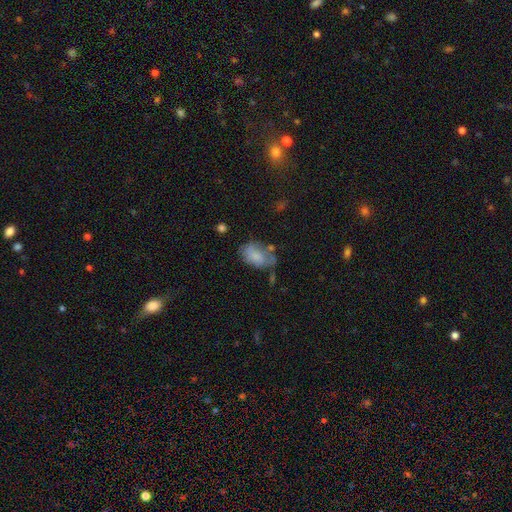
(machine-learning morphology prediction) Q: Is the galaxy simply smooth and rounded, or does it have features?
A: smooth — 71%.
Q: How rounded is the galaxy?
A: in between — 89%.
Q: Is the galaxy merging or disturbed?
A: none — 42%.